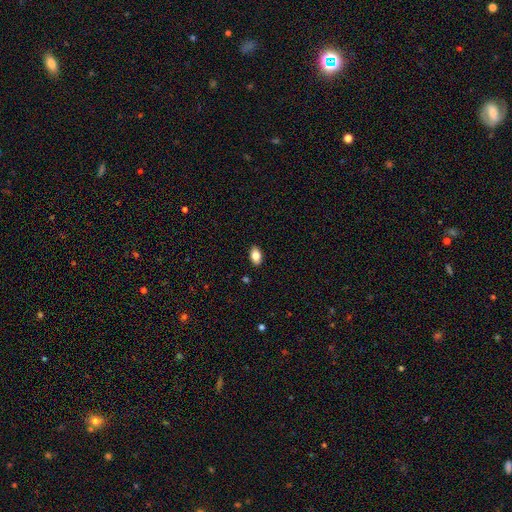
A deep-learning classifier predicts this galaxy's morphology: Overall: smooth (82%). How rounded: in between (90%). Merging: none (88%).